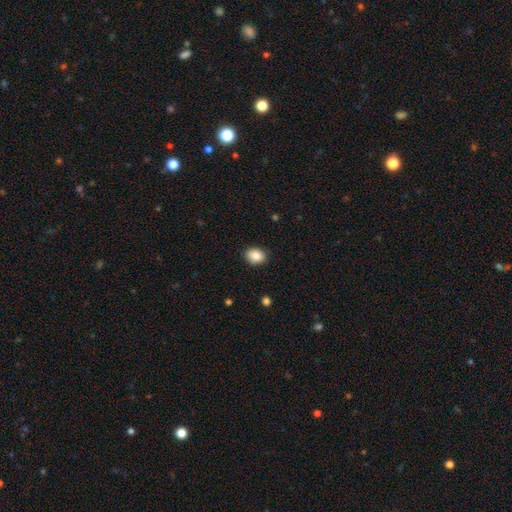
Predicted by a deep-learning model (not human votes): This appears to be a smooth galaxy with no disk features (87%) that is in between round and cigar-shaped (60%). Merging: none (89%).